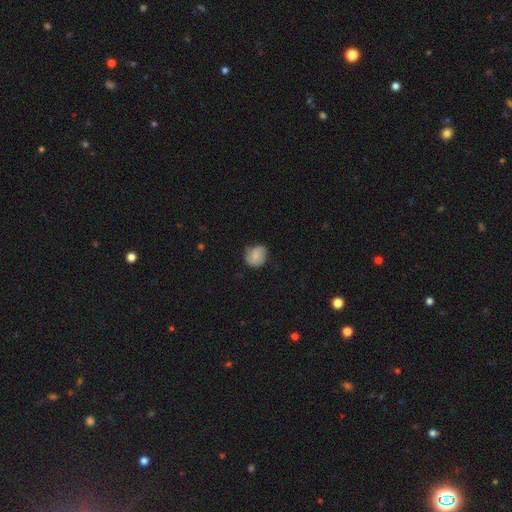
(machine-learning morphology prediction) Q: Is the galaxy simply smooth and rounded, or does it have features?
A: smooth — 62%.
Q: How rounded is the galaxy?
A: round — 67%.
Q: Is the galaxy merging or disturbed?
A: none — 59%.